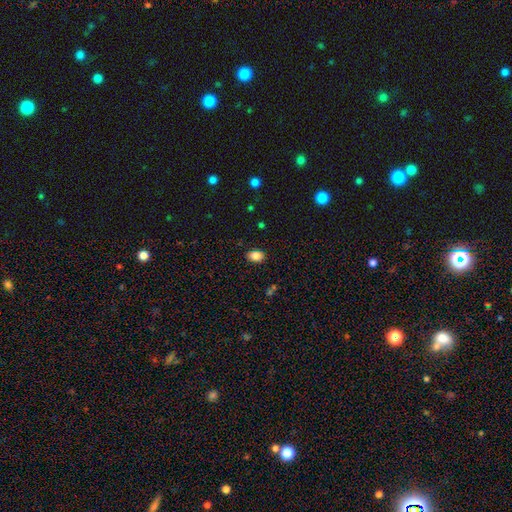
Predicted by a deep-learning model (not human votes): The model was most divided on "how rounded": in between: 79%, round: 20%, cigar-shaped: 1%. More confident: merging — none (87%); smooth or featured — smooth (85%).